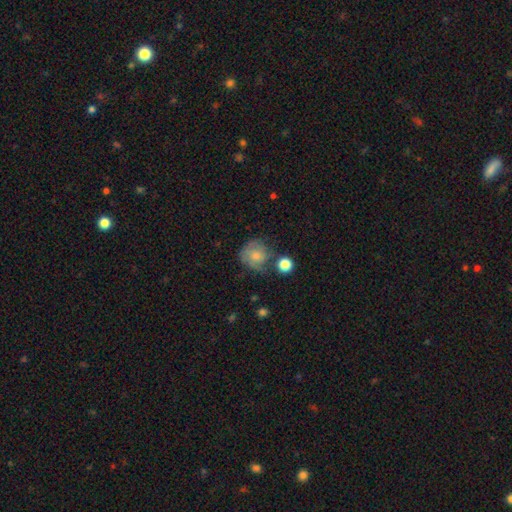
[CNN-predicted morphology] Overall: smooth (55%; featured or disk 36%). How rounded: round (82%). Merging: none (50%; minor disturbance 26%).